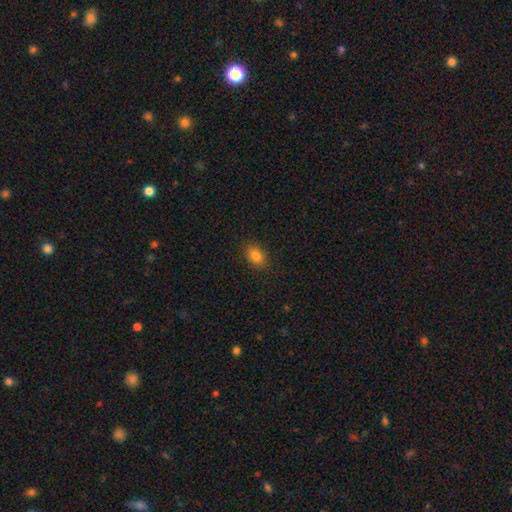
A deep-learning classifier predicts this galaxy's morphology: This appears to be a smooth galaxy with no disk features (83%) that is in between round and cigar-shaped (73%). Merging: none (88%).